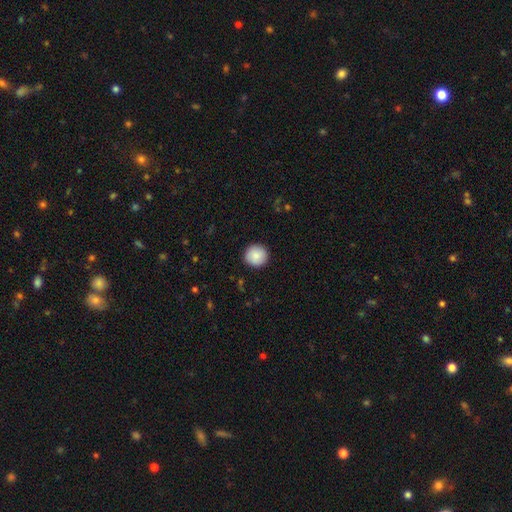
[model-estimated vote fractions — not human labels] This is clearly a smooth galaxy (87%). How rounded: clearly round (94%). Merging: clearly none (91%).